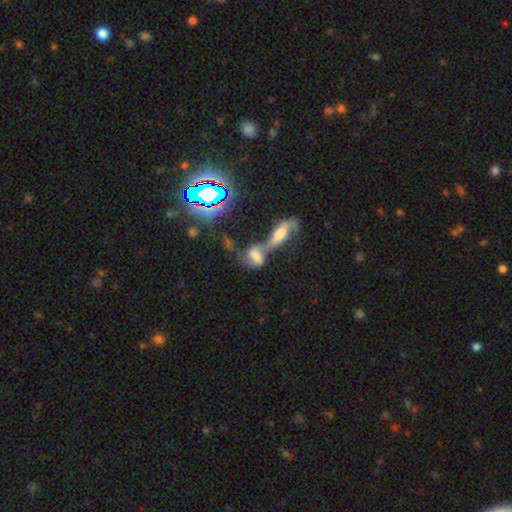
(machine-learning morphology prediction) smooth_or_featured: smooth (p=0.49) [alt: featured or disk p=0.34]
merging: merger (p=0.74) [alt: none p=0.11]